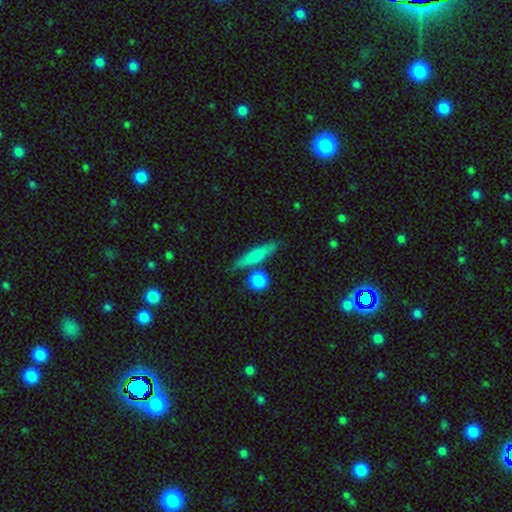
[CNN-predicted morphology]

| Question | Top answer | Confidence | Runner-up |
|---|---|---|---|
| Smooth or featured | smooth | 58% | featured or disk (35%) |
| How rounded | cigar-shaped | 80% | in between (15%) |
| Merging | none | 76% | minor disturbance (11%) |